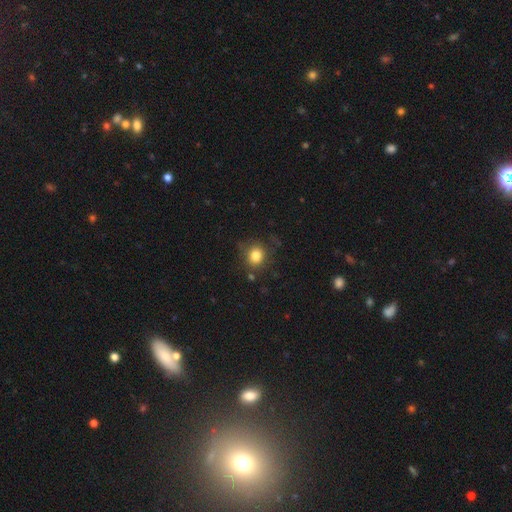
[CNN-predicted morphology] smooth 81%, star or artifact 11%, featured or disk 8%. Down the decision tree: how rounded — round (79%); merging — none (75%).